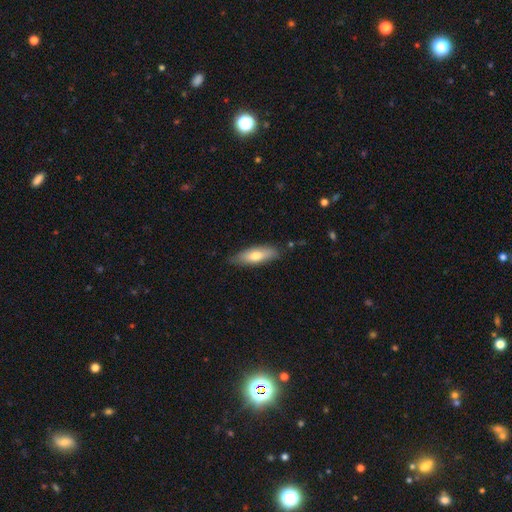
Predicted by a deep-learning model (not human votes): smooth 67%, featured or disk 27%, star or artifact 6%. Down the decision tree: how rounded — in between (55%); merging — none (80%).